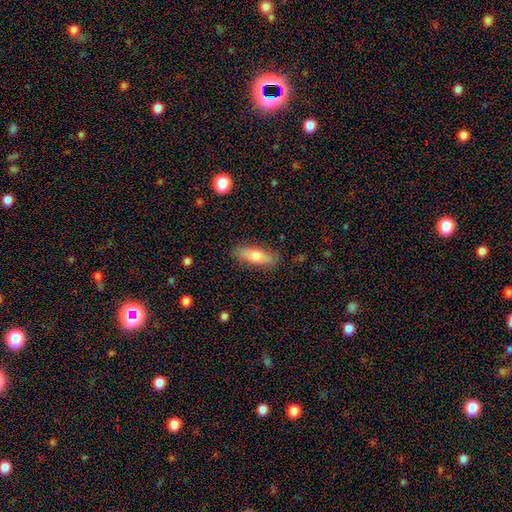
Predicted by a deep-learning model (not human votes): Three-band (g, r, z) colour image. It shows a smooth galaxy with no disk features (68%) that is in between round and cigar-shaped (56%). Merging: none (85%).